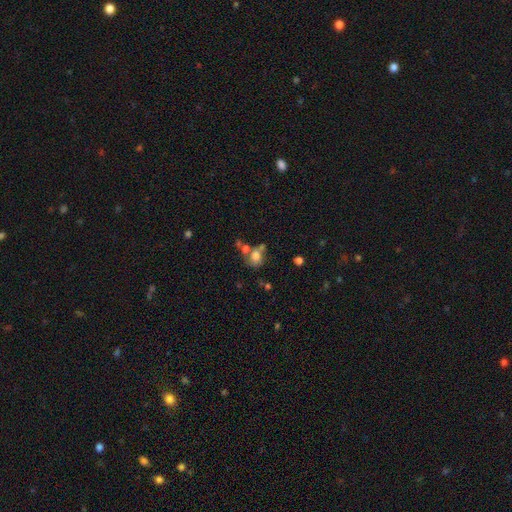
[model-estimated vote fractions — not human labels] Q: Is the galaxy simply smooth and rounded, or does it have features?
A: smooth — 70%.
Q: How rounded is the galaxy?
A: round — 51%.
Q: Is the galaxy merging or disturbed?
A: none — 37%.